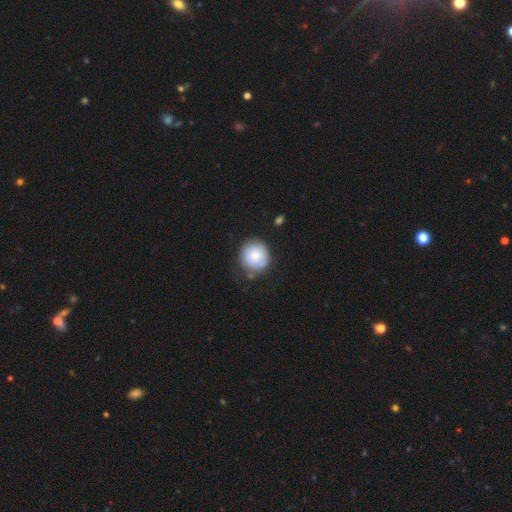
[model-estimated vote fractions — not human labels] A smooth galaxy with no disk features (77%) that is round (93%). Merging: none (76%).